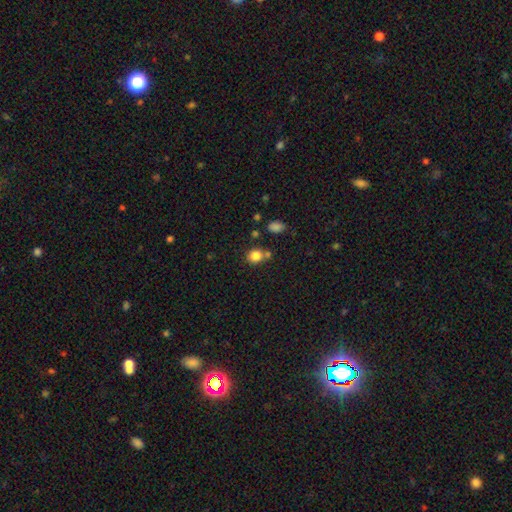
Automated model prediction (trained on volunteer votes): Overall: smooth (84%). How rounded: round (73%). Merging: none (66%).